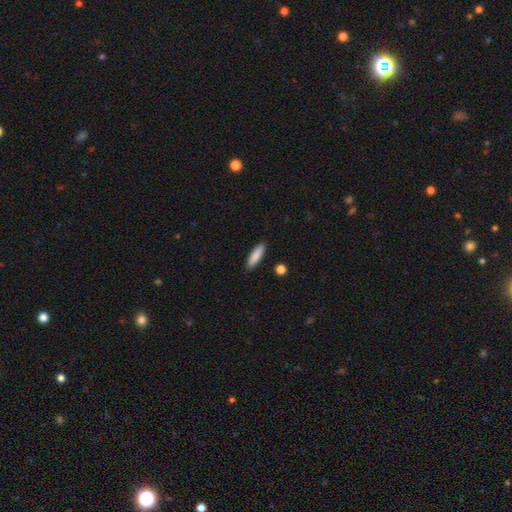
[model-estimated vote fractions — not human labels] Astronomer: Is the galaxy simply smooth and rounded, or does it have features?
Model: smooth — 87%.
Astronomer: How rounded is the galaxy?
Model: cigar-shaped — 68%.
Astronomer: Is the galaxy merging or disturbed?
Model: none — 89%.